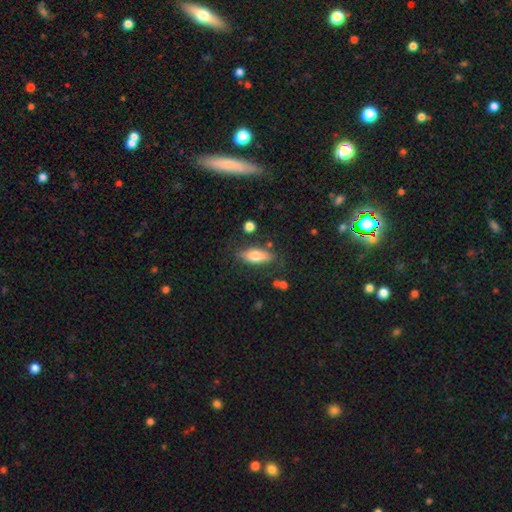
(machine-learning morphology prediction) type=smooth (70%); roundness=in between (71%); merging=none (77%).